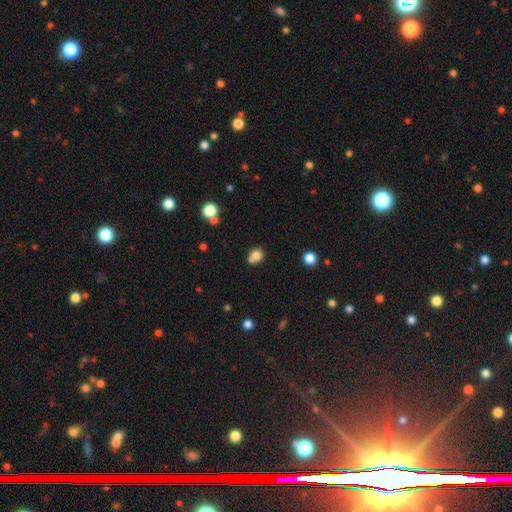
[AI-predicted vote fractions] Smooth or featured? Predicted: smooth (p=0.78). How rounded? Predicted: round (p=0.71). Merging? Predicted: none (p=0.50).